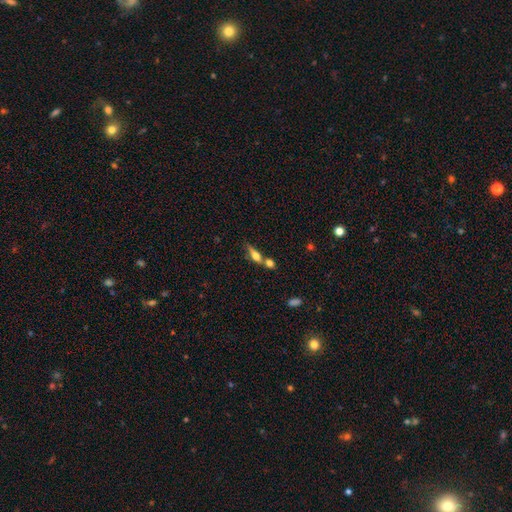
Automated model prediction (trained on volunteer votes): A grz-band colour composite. It shows a smooth galaxy with no disk features (49%). Merging: none (46%).